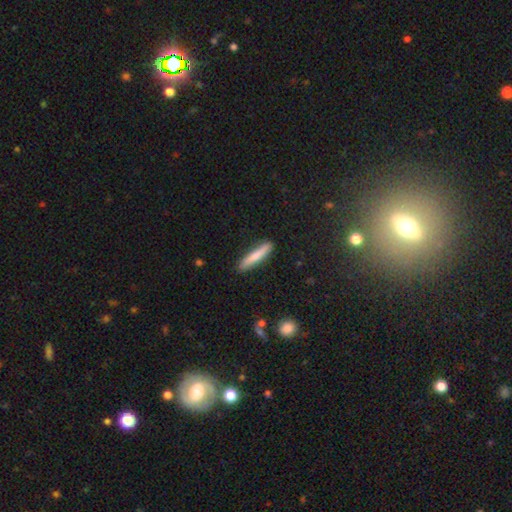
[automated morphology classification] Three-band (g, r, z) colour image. It shows a smooth galaxy with no disk features (72%) that is cigar-shaped (91%). Merging: none (88%).